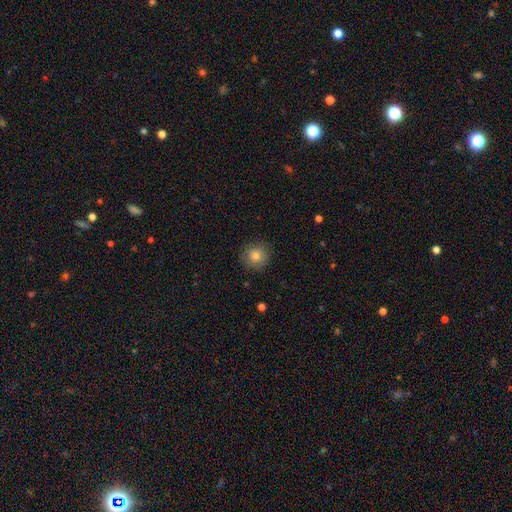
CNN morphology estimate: This appears to be a smooth galaxy with no disk features (81%) that is round (93%). Merging: none (87%).